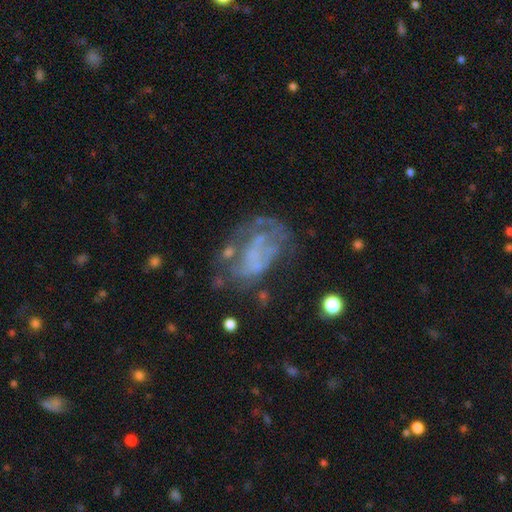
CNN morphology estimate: This appears to be a featured or disk galaxy (63%) with no bar (81%), no spiral arms (68%) and no central bulge (73%). Merging: none (37%).